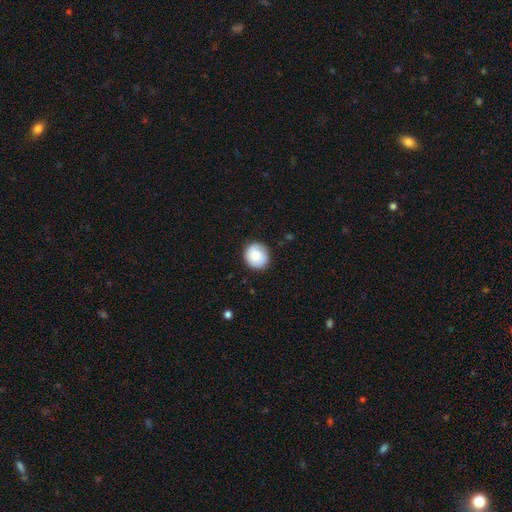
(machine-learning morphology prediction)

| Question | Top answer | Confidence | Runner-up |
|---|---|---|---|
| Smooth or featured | smooth | 82% | featured or disk (11%) |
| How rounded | round | 85% | in between (14%) |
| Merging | none | 87% | minor disturbance (10%) |